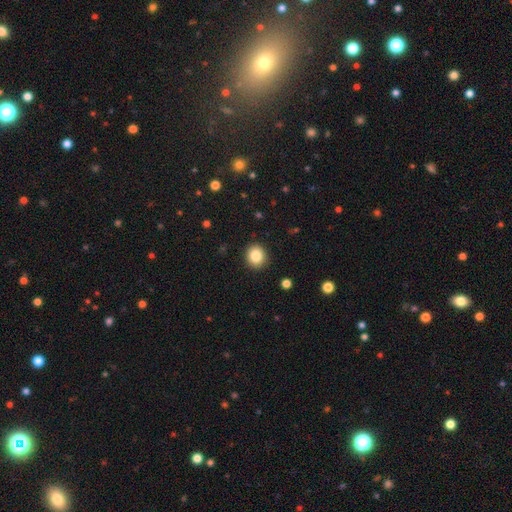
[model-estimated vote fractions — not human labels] Overall: smooth (85%). How rounded: round (81%). Merging: none (90%).